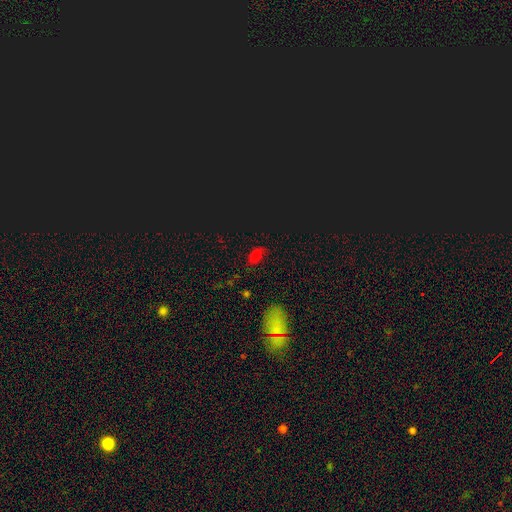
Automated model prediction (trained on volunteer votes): Smooth or featured? Predicted: smooth (p=0.52). How rounded? Predicted: in between (p=0.80). Merging? Predicted: none (p=0.66).